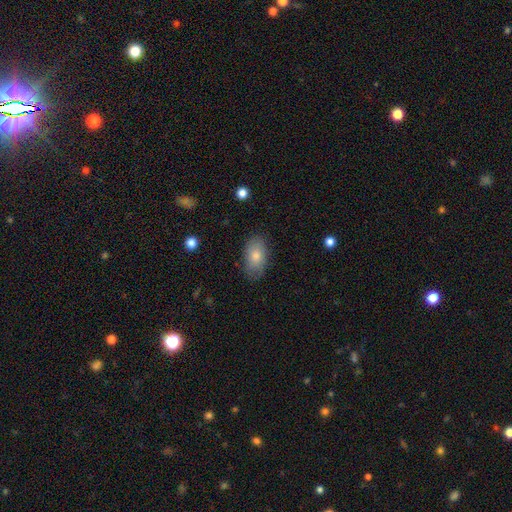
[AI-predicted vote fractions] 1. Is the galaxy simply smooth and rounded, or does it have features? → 76% smooth, 16% featured or disk, 8% star or artifact.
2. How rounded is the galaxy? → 92% in between, 6% round, 2% cigar-shaped.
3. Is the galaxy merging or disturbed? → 83% none, 13% minor disturbance, 3% major disturbance, 1% merger.